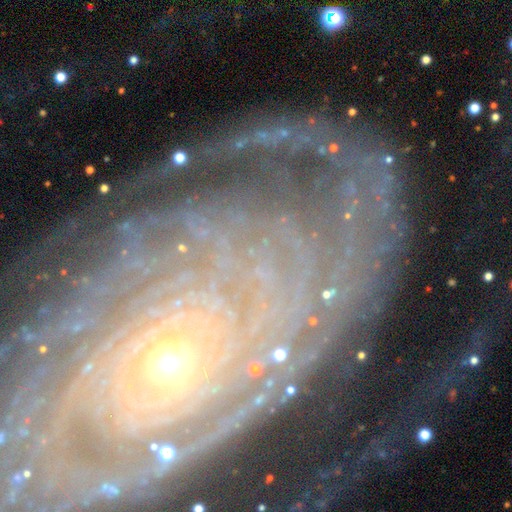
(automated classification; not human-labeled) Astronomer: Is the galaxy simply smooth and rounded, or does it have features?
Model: featured or disk — 87%.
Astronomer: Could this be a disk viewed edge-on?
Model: no — 95%.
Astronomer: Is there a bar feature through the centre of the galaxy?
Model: no — 74%.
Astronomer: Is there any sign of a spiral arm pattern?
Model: yes — 95%.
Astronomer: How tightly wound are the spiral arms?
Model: tight — 76%.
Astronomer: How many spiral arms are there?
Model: can't tell — 25% (runner-up: 2, 20%).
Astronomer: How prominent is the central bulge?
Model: small — 56% (runner-up: moderate, 39%).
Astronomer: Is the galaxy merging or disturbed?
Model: none — 65%.